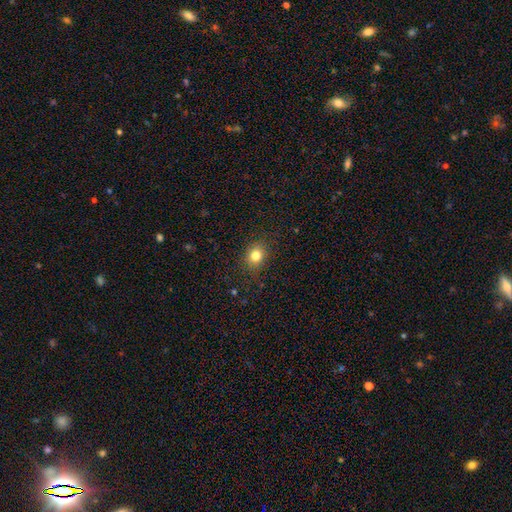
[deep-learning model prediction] The model was most divided on "how rounded": round: 63%, in between: 36%, cigar-shaped: 1%. More confident: merging — none (85%); smooth or featured — smooth (80%).